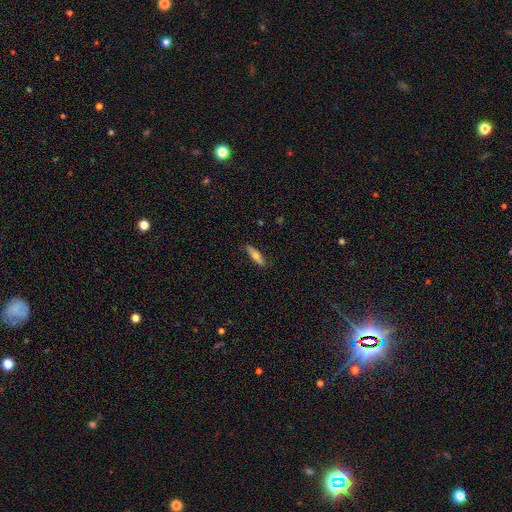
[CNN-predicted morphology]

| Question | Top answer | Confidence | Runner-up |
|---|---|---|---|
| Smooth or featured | smooth | 60% | featured or disk (34%) |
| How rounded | cigar-shaped | 62% | in between (35%) |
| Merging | none | 83% | minor disturbance (13%) |